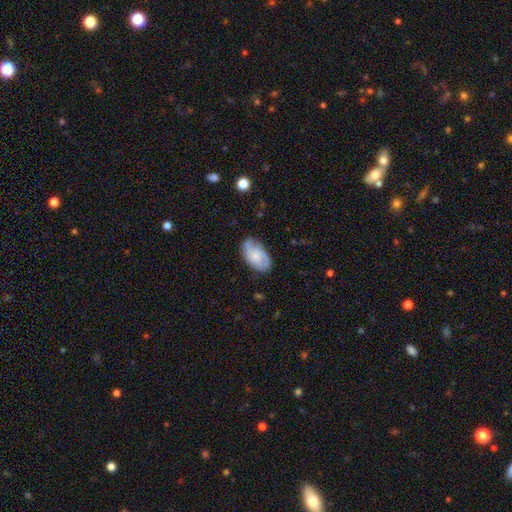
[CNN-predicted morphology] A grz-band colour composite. It shows a featured or disk galaxy (58%) with no bar (71%), spiral arms (89%) and a small central bulge (55%). Merging: none (66%).